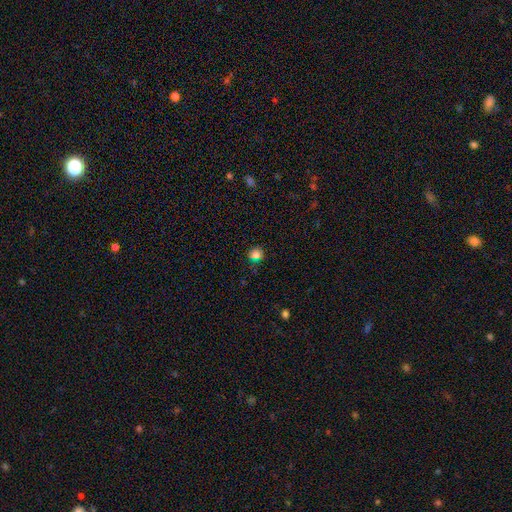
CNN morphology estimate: smooth-or-featured: smooth: 79% | star or artifact: 17% | featured or disk: 5%
  how-rounded: round: 79% | in between: 20% | cigar-shaped: 1%
  merging: none: 79% | minor disturbance: 14% | major disturbance: 4% | merger: 3%